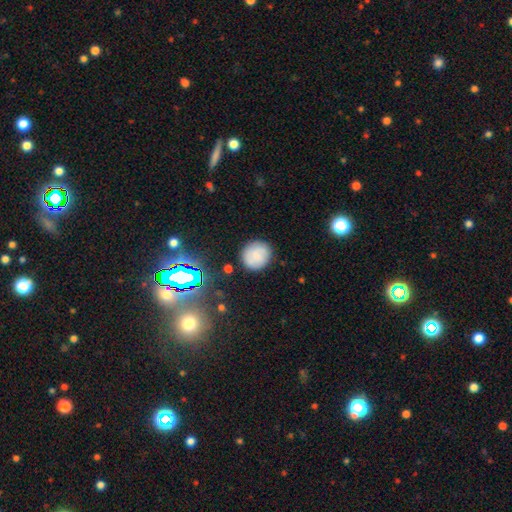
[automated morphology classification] smooth 79%, star or artifact 10%, featured or disk 10%. Down the decision tree: how rounded — round (86%); merging — none (85%).